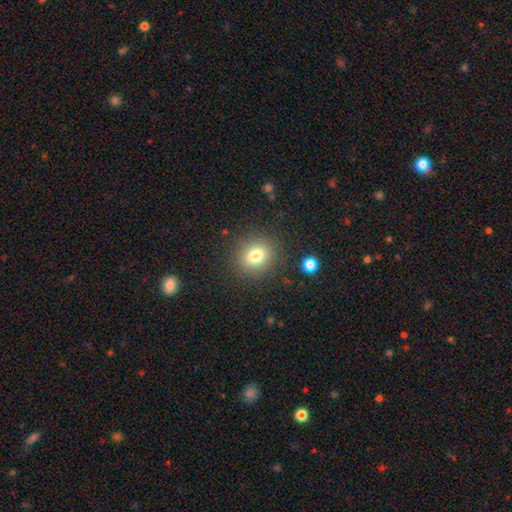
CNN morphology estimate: Q: Smooth or featured?
A: smooth (79%); runner-up: star or artifact (12%)
Q: How rounded?
A: round (66%); runner-up: in between (33%)
Q: Merging?
A: none (86%); runner-up: minor disturbance (9%)